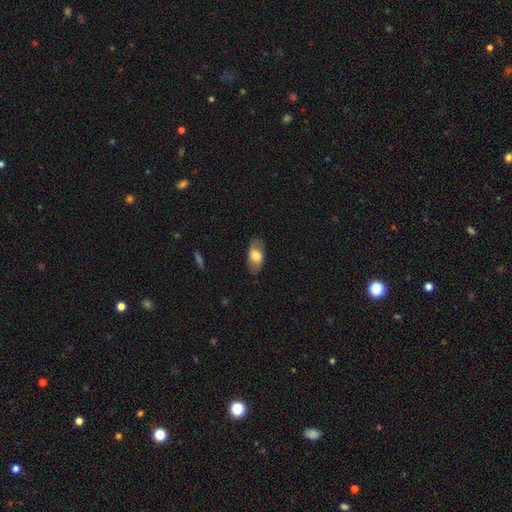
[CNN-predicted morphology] smooth-or-featured: smooth: 70% | featured or disk: 24% | star or artifact: 6%
  how-rounded: in between: 92% | round: 5% | cigar-shaped: 3%
  merging: none: 81% | minor disturbance: 14% | major disturbance: 4% | merger: 1%